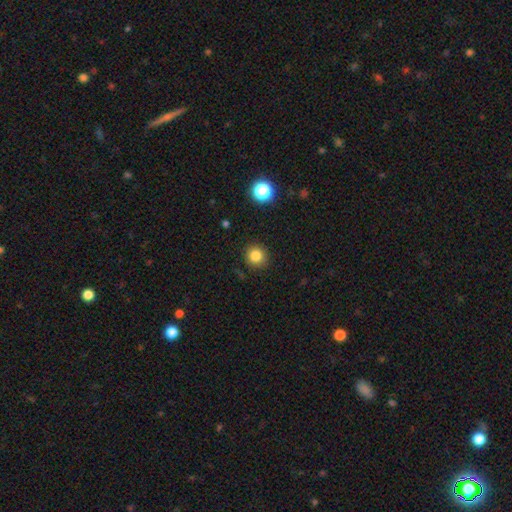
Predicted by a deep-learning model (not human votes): smooth_or_featured: smooth (p=0.82) [alt: star or artifact p=0.13]
how_rounded: round (p=0.92) [alt: in between p=0.07]
merging: none (p=0.90) [alt: minor disturbance p=0.06]